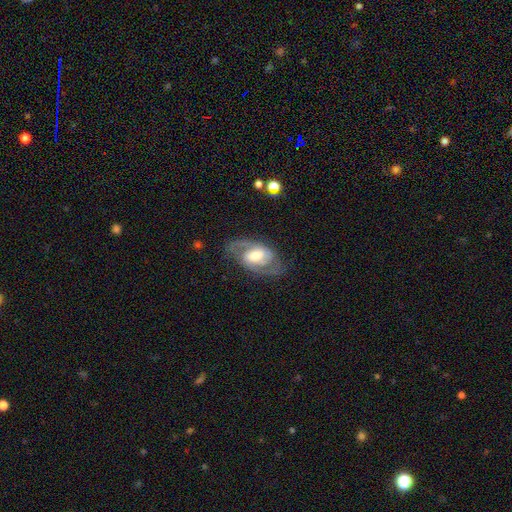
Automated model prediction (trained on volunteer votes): Smooth or featured: featured or disk — 81% (smooth — 14%)
Edge-on disk: no — 96% (yes — 4%)
Bar: weak — 46% (no — 35%)
Spiral arms: yes — 91% (no — 9%)
Spiral winding: medium — 53% (tight — 27%)
Spiral arm count: 2 — 84% (can't tell — 7%)
Bulge size: moderate — 52% (large — 25%)
Merging: none — 70% (minor disturbance — 18%)